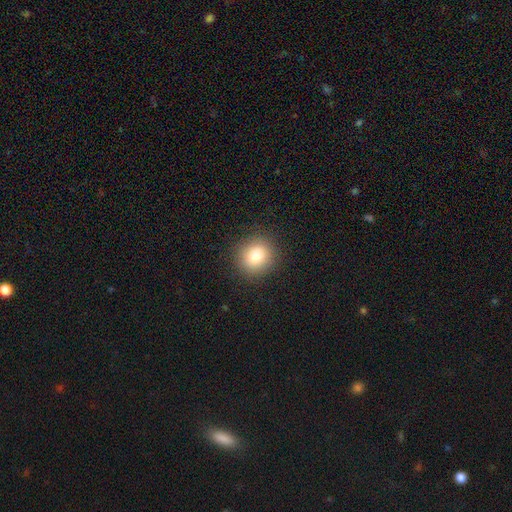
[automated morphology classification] Smooth or featured? Predicted: smooth (p=0.83). How rounded? Predicted: round (p=0.81). Merging? Predicted: none (p=0.89).